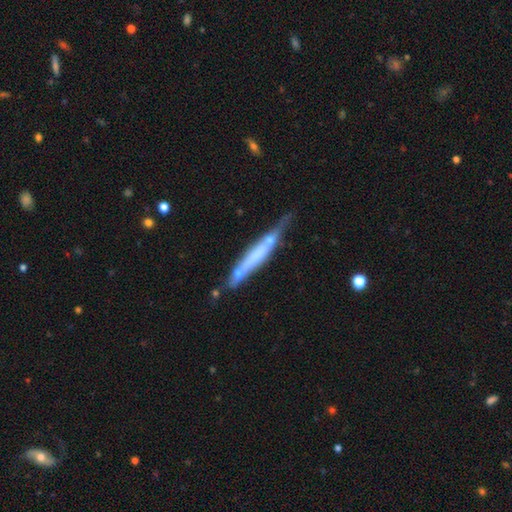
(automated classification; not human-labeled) Overall: featured or disk (55%; smooth 38%). Edge-on disk: yes (88%). Merging: none (56%; minor disturbance 23%).